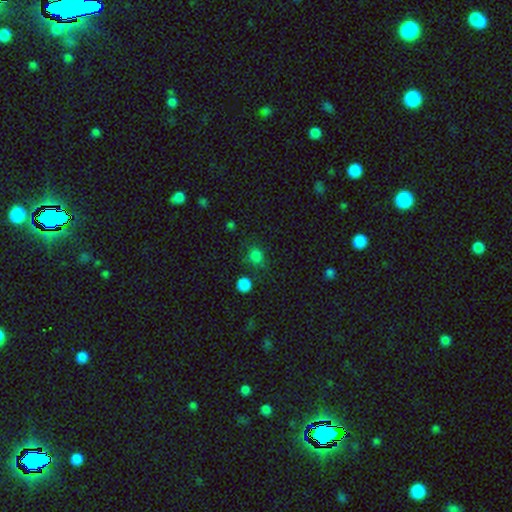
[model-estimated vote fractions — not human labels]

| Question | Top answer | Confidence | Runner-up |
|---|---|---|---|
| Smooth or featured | smooth | 77% | star or artifact (18%) |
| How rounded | round | 82% | in between (17%) |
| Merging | none | 72% | minor disturbance (16%) |